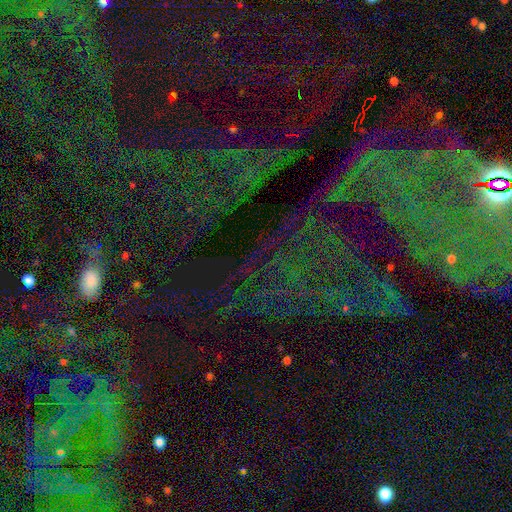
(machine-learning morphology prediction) type=star or artifact (76%).